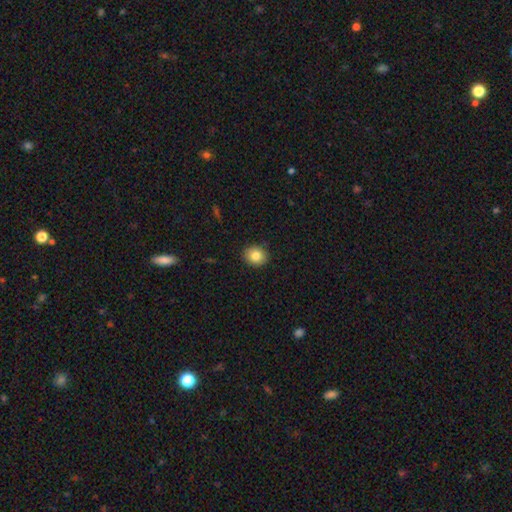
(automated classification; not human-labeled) Overall: smooth (83%). How rounded: round (70%). Merging: none (90%).